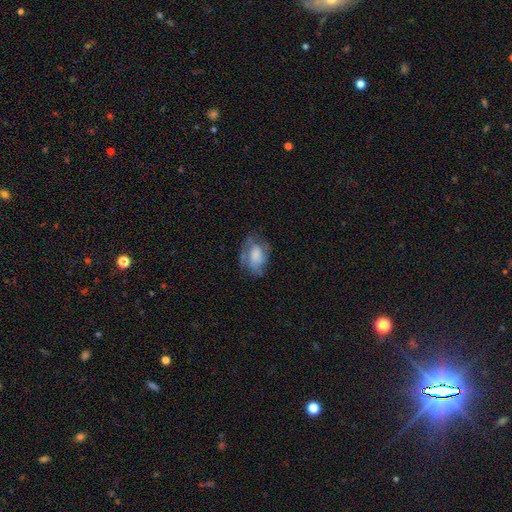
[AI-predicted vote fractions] This is possibly a smooth galaxy (57%). How rounded: clearly in between (83%). Merging: possibly none (51%).